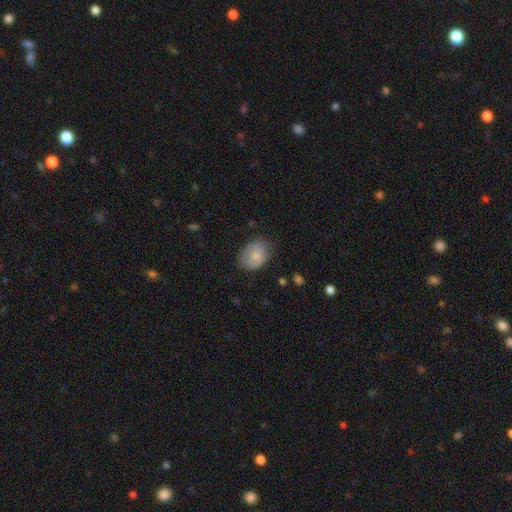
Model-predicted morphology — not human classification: Q: Smooth or featured?
A: smooth (79%); runner-up: featured or disk (13%)
Q: How rounded?
A: in between (68%); runner-up: round (31%)
Q: Merging?
A: none (64%); runner-up: minor disturbance (28%)